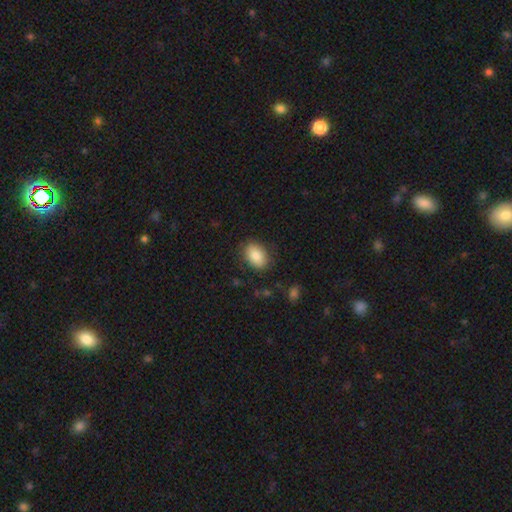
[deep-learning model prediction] Q: Smooth or featured?
A: smooth (84%); runner-up: featured or disk (9%)
Q: How rounded?
A: in between (85%); runner-up: round (14%)
Q: Merging?
A: none (84%); runner-up: minor disturbance (12%)